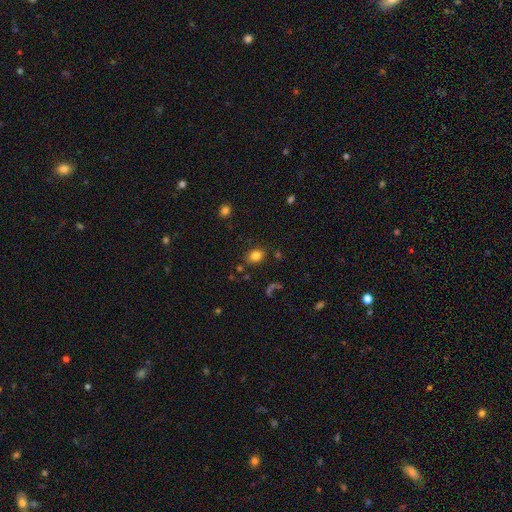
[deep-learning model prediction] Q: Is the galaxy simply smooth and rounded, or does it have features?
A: smooth — 82%.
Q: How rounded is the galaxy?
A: in between — 57%.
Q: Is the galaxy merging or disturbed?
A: none — 83%.